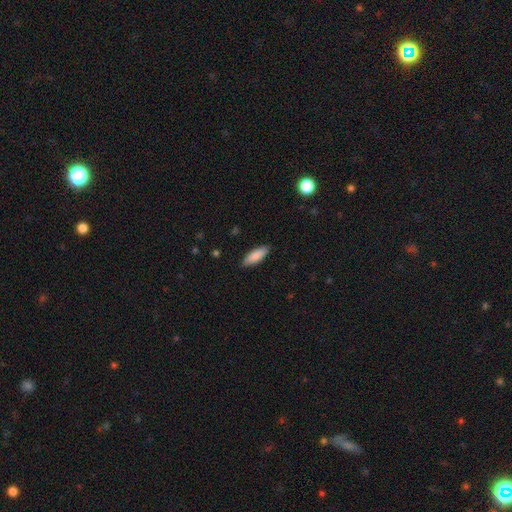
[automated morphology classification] Smooth or featured? smooth (86%)
How rounded? in between (62%)
Merging? none (88%)